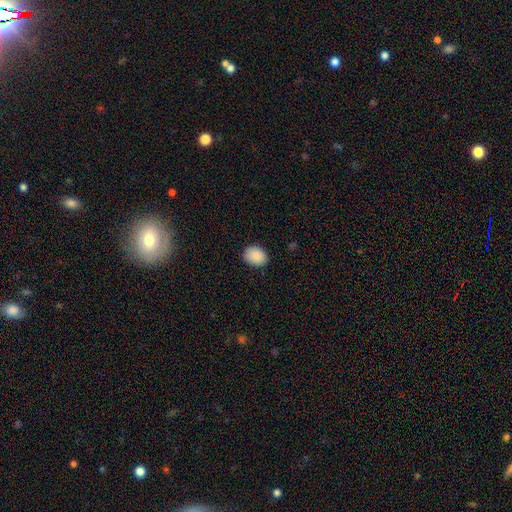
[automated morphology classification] type=smooth (90%); roundness=in between (61%); merging=none (88%).